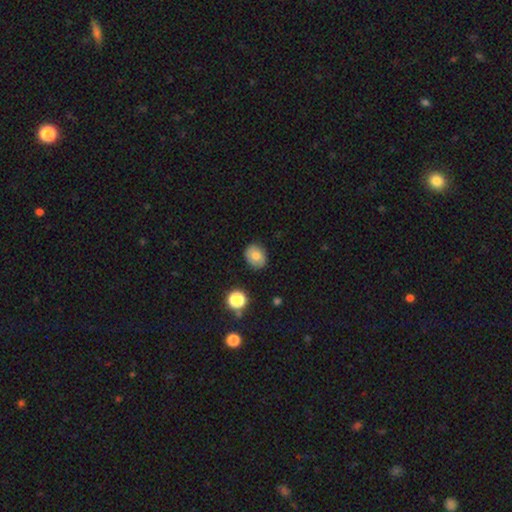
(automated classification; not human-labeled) This appears to be a smooth galaxy with no disk features (75%) that is round (50%). Merging: none (85%).